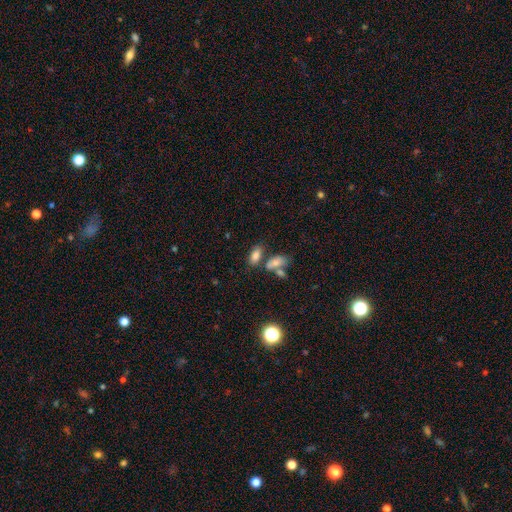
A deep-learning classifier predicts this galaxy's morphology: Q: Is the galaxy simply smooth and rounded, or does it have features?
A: smooth — 79%.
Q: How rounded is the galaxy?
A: in between — 88%.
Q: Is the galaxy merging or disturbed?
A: none — 56%.